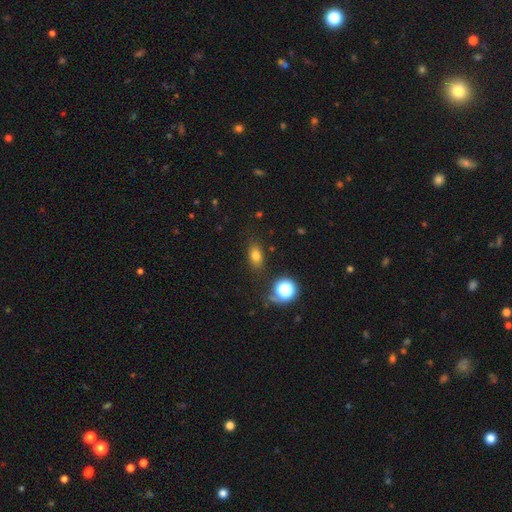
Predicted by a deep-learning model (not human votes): smooth_or_featured: smooth (p=0.72) [alt: star or artifact p=0.17]
how_rounded: in between (p=0.75) [alt: round p=0.21]
merging: none (p=0.81) [alt: minor disturbance p=0.12]